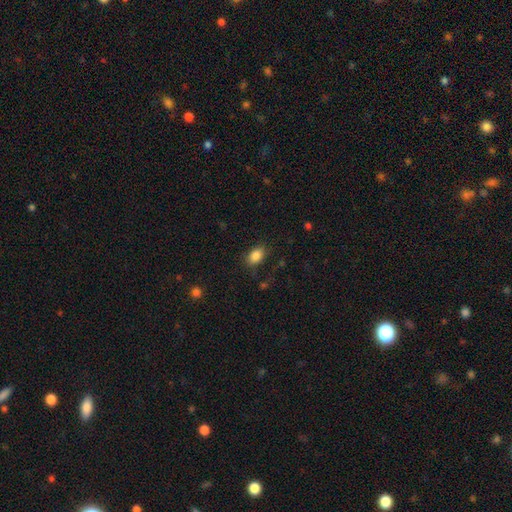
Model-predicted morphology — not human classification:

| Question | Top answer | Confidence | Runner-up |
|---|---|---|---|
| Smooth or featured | smooth | 86% | star or artifact (9%) |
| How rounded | in between | 84% | round (15%) |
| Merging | none | 82% | minor disturbance (13%) |